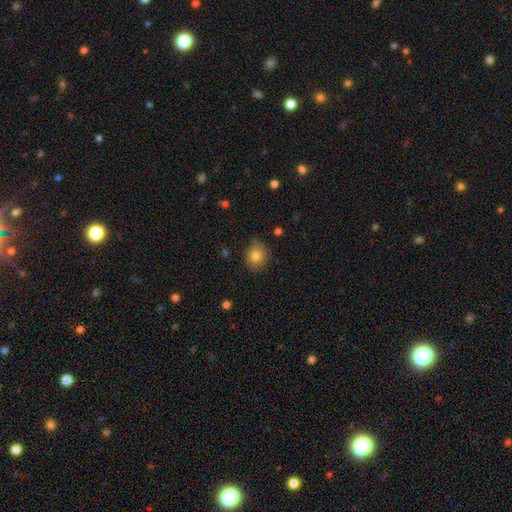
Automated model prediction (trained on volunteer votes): Smooth or featured? Predicted: smooth (p=0.81). How rounded? Predicted: round (p=0.73). Merging? Predicted: none (p=0.77).